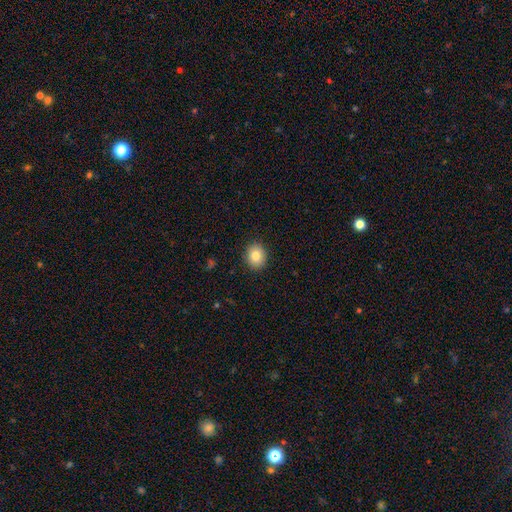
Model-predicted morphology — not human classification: This is clearly a smooth galaxy (83%). How rounded: likely round (67%). Merging: clearly none (90%).